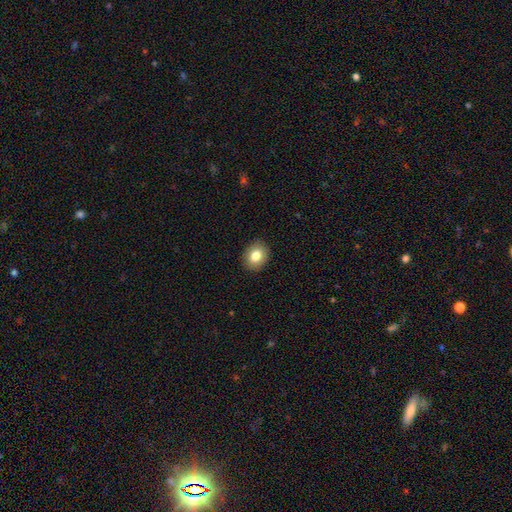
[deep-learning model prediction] Morphology: type=smooth (82%); roundness=round (53%); merging=none (90%).